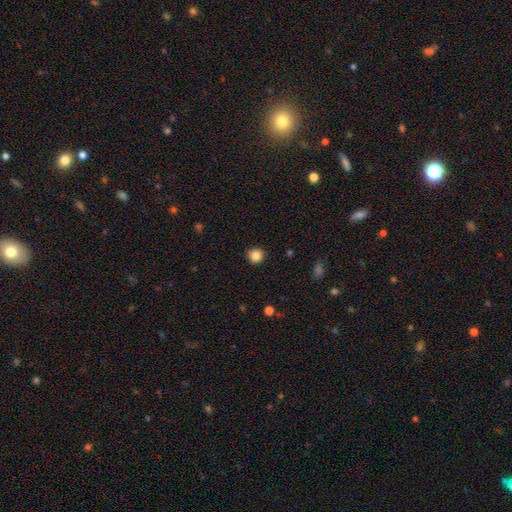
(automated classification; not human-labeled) This is clearly a smooth galaxy (85%). How rounded: clearly round (93%). Merging: clearly none (92%).